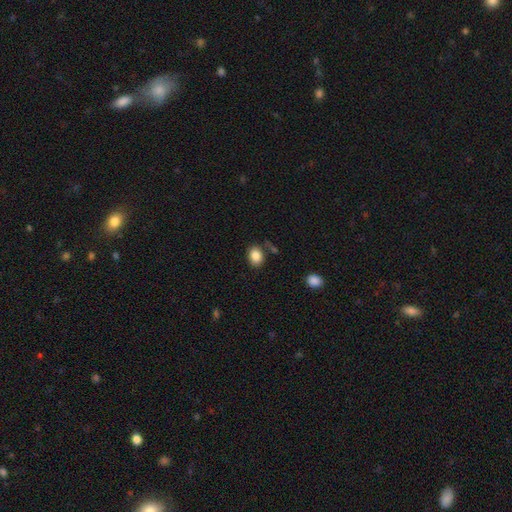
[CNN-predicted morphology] Smooth or featured? Predicted: smooth (p=0.86). How rounded? Predicted: in between (p=0.66). Merging? Predicted: none (p=0.77).